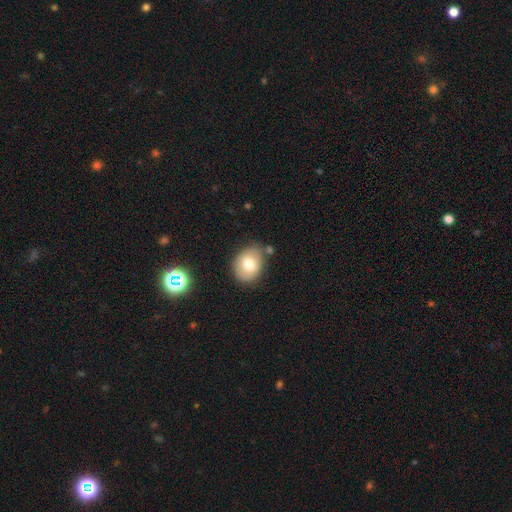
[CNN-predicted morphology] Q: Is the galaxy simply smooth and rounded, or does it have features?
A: smooth — 73%.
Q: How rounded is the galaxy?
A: in between — 57%.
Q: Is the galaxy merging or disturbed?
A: none — 74%.